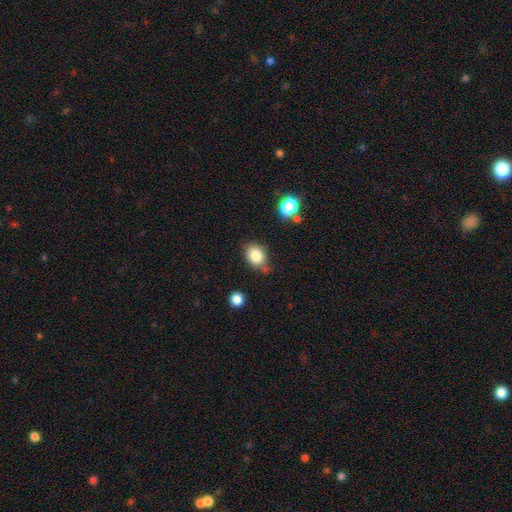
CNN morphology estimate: This is clearly a smooth galaxy (82%). How rounded: possibly in between (55%). Merging: likely none (67%).